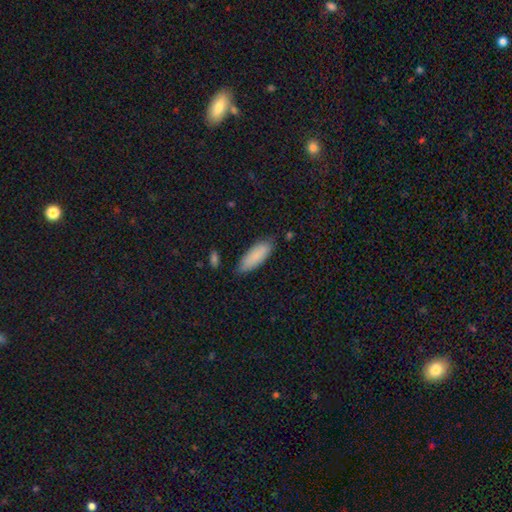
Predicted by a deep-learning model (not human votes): smooth_or_featured: smooth (p=0.85) [alt: featured or disk p=0.08]
how_rounded: in between (p=0.64) [alt: cigar-shaped p=0.35]
merging: none (p=0.77) [alt: minor disturbance p=0.17]